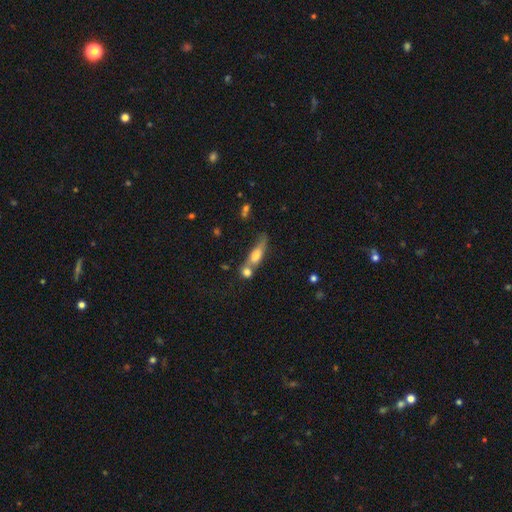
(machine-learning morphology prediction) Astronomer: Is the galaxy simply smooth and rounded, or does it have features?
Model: smooth — 64%.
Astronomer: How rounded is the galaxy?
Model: cigar-shaped — 49% (runner-up: in between, 44%).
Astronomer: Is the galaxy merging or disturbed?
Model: merger — 46% (runner-up: none, 31%).